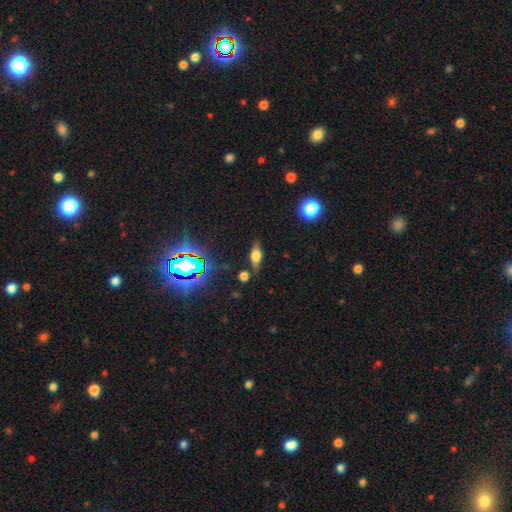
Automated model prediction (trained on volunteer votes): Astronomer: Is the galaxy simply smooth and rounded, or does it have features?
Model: featured or disk — 44% (runner-up: smooth, 42%).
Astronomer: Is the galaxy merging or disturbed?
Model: none — 77%.